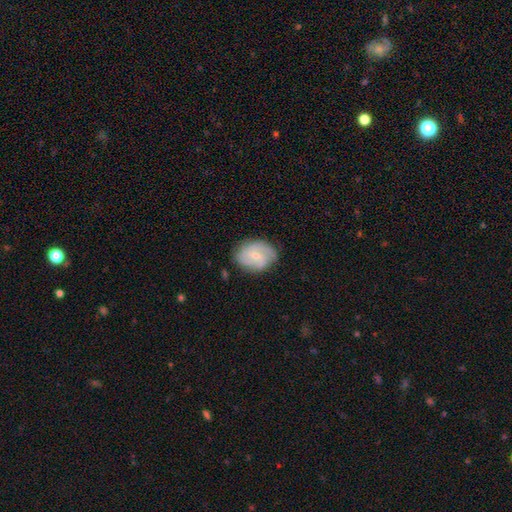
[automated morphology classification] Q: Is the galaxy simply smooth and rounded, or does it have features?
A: featured or disk — 70%.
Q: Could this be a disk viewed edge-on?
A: no — 97%.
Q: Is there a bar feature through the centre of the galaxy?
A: no — 57%.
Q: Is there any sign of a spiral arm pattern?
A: yes — 92%.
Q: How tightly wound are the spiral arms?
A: tight — 47%.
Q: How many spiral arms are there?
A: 2 — 30%.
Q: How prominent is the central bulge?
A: small — 66%.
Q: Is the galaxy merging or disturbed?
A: none — 77%.